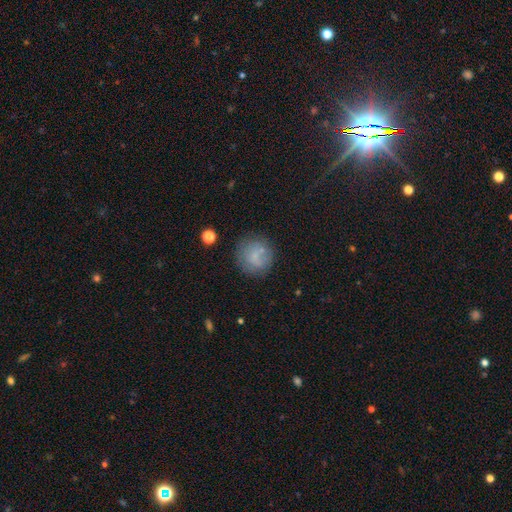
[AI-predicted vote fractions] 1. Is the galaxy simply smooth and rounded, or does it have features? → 70% smooth, 20% featured or disk, 10% star or artifact.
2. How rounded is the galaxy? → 92% round, 7% in between, 1% cigar-shaped.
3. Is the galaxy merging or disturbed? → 69% none, 17% minor disturbance, 8% major disturbance, 6% merger.